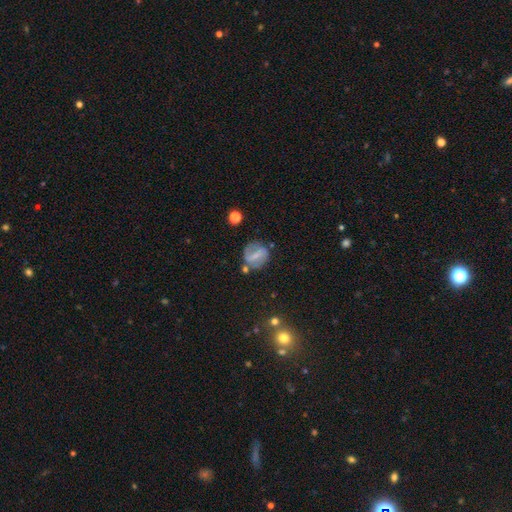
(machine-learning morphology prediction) Smooth or featured? featured or disk (58%)
Edge-on disk? no (95%)
Bar? strong (49%)
Spiral arms? yes (67%)
Bulge size? small (50%)
Merging? none (65%)